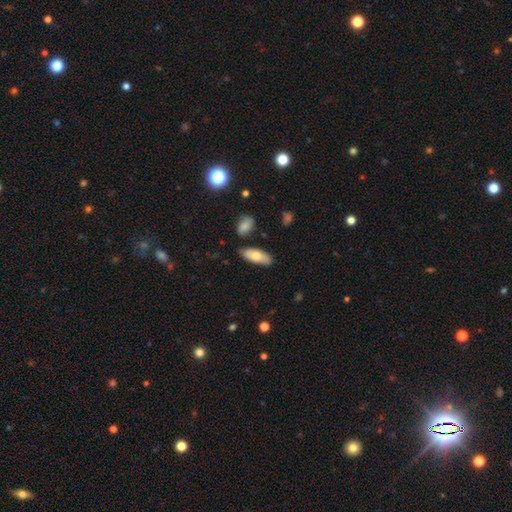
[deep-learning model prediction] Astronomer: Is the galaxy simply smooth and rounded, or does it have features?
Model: smooth — 75%.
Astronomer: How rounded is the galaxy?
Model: in between — 77%.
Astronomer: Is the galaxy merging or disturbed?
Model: none — 78%.